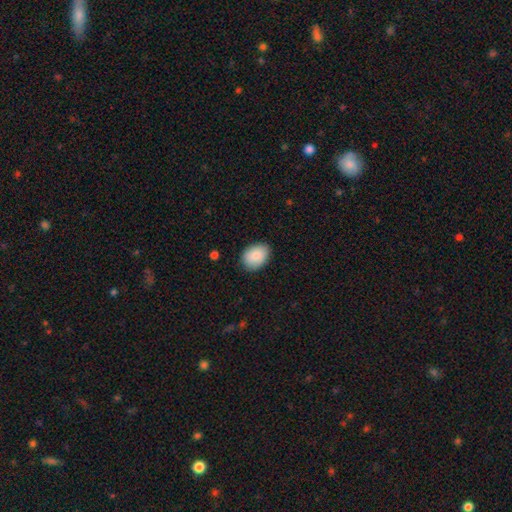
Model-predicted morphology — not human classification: A smooth galaxy with no disk features (87%) that is in between round and cigar-shaped (75%). Merging: none (85%).